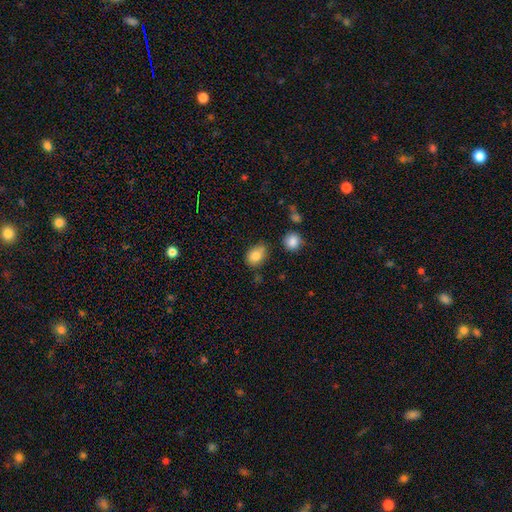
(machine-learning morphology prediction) type=smooth (83%); roundness=in between (72%); merging=none (65%).